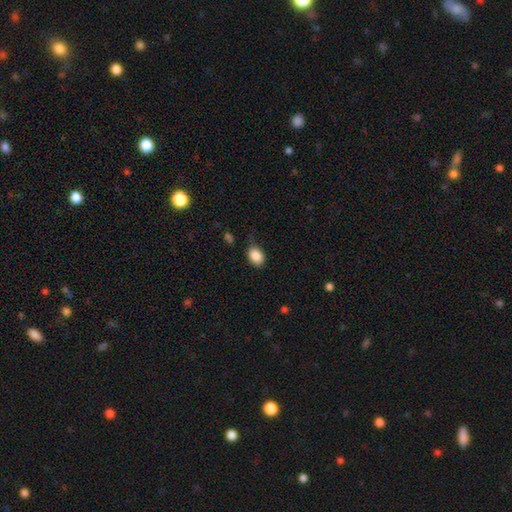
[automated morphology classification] Smooth or featured?
  - smooth: 87% *
  - star or artifact: 8%
  - featured or disk: 5%
How rounded?
  - in between: 76% *
  - round: 23%
  - cigar-shaped: 1%
Merging?
  - none: 70% *
  - minor disturbance: 23%
  - major disturbance: 5%
  - merger: 2%